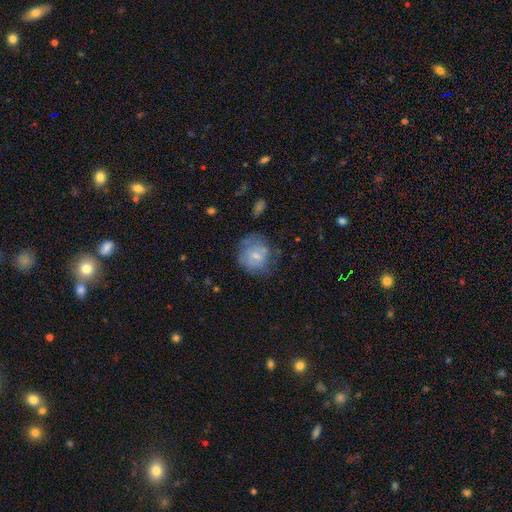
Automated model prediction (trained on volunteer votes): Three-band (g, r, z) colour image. It shows a smooth galaxy with no disk features (60%) that is round (82%). Merging: none (56%).